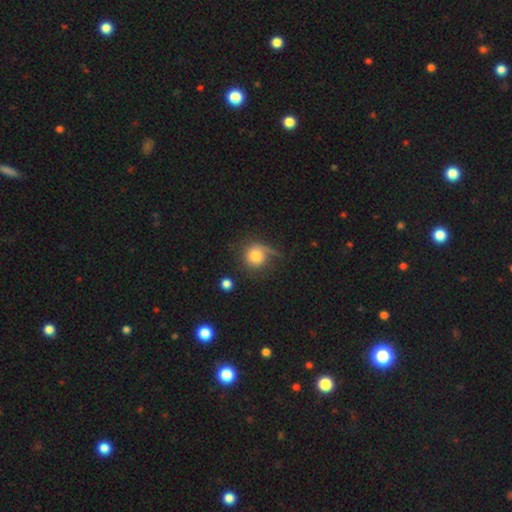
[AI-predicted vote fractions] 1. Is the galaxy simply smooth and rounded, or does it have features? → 70% smooth, 20% featured or disk, 9% star or artifact.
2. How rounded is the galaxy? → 88% round, 11% in between, 1% cigar-shaped.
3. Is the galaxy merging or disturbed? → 48% none, 23% minor disturbance, 22% major disturbance, 6% merger.